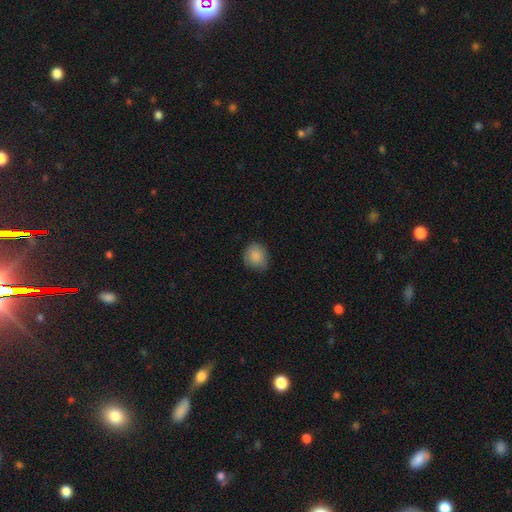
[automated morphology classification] smooth-or-featured: smooth: 87% | star or artifact: 8% | featured or disk: 5%
  how-rounded: round: 72% | in between: 27% | cigar-shaped: 1%
  merging: none: 74% | minor disturbance: 21% | major disturbance: 4% | merger: 1%